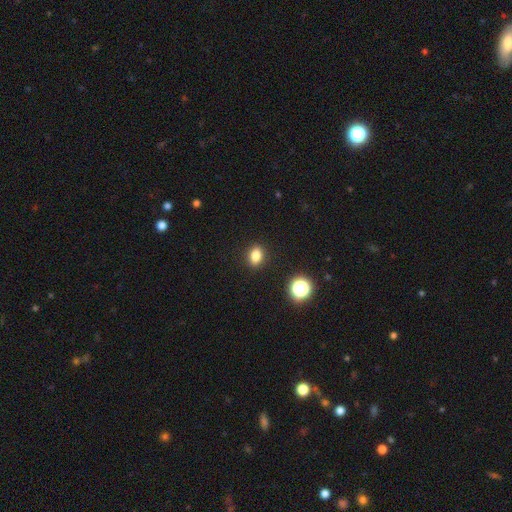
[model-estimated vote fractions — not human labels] This is clearly a smooth galaxy (83%). How rounded: likely in between (67%). Merging: clearly none (90%).